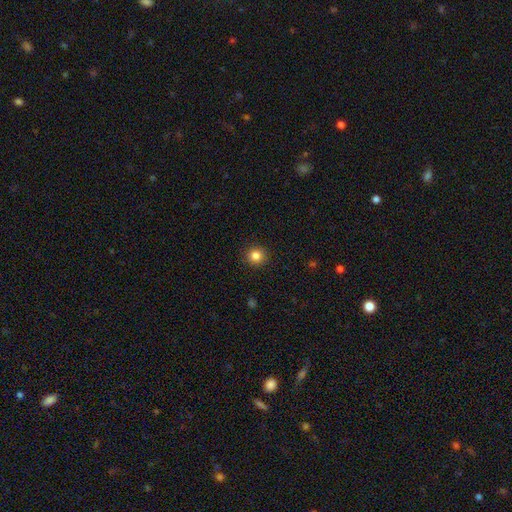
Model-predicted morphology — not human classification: Q: Smooth or featured?
A: smooth (84%); runner-up: star or artifact (11%)
Q: How rounded?
A: round (92%); runner-up: in between (7%)
Q: Merging?
A: none (92%); runner-up: minor disturbance (5%)